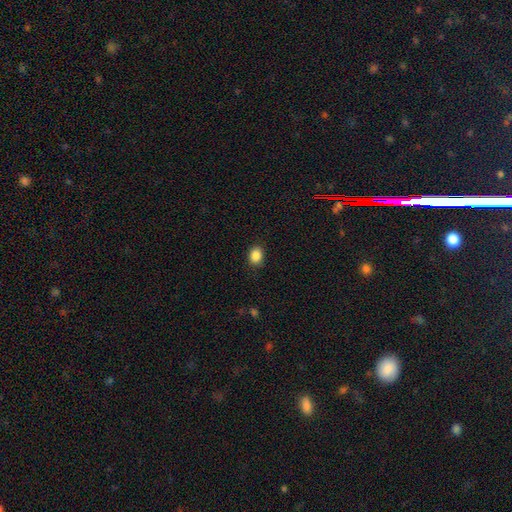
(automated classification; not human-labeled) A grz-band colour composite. It shows a smooth galaxy with no disk features (88%) that is in between round and cigar-shaped (58%). Merging: none (89%).